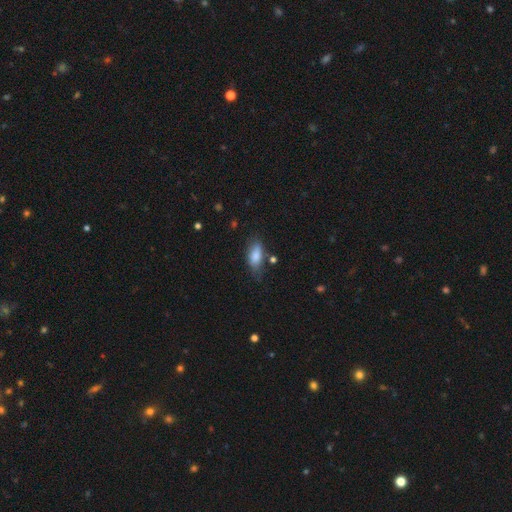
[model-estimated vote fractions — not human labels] Smooth or featured? Predicted: smooth (p=0.83). How rounded? Predicted: in between (p=0.83). Merging? Predicted: none (p=0.61).